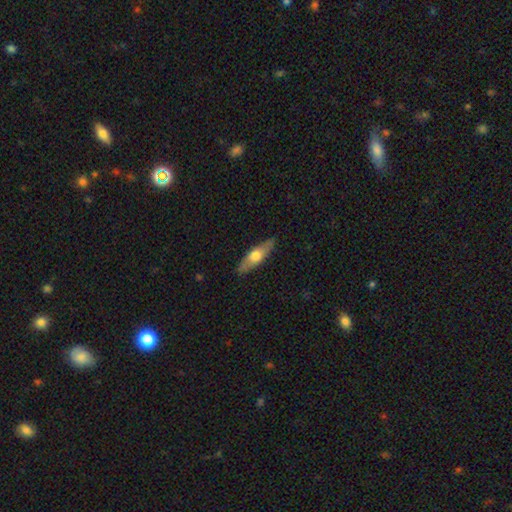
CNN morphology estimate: A smooth galaxy with no disk features (47%, tied with featured or disk).

Vote fractions:
- Smooth or featured? smooth: 47% (tied) / featured or disk: 47% (tied) / star or artifact: 5%
- Merging? none: 87% / minor disturbance: 10% / major disturbance: 2% / merger: 1%